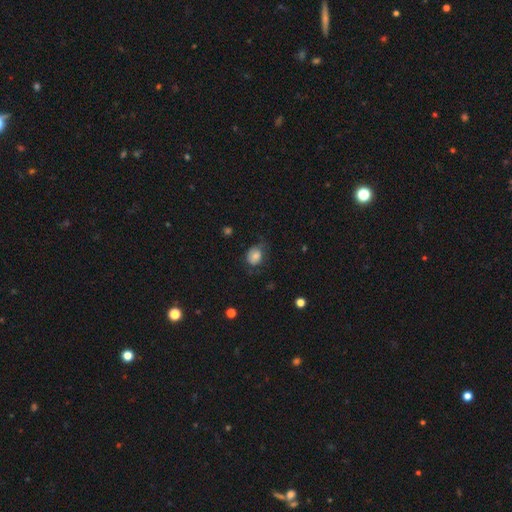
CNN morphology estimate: Smooth or featured?
  - smooth: 76% *
  - featured or disk: 14%
  - star or artifact: 10%
How rounded?
  - in between: 51% *
  - round: 48%
  - cigar-shaped: 1%
Merging?
  - none: 52% *
  - minor disturbance: 30%
  - major disturbance: 17%
  - merger: 2%